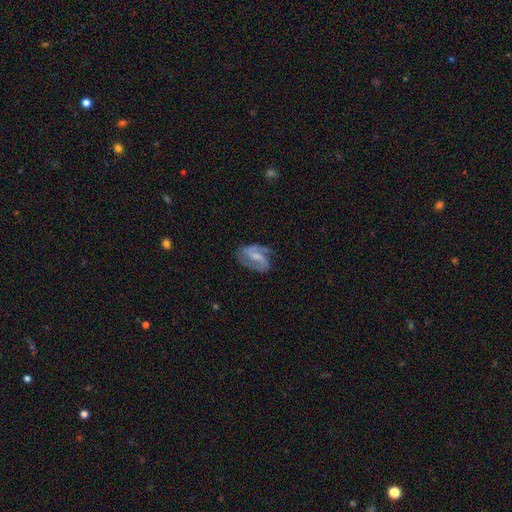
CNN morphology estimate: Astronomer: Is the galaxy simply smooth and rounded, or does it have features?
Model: featured or disk — 85%.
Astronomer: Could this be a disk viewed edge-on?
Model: no — 98%.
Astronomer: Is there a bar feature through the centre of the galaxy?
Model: weak — 48% (runner-up: no, 27%).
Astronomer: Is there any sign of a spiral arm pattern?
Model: yes — 96%.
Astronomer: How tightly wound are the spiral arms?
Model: medium — 54%.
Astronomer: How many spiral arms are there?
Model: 2 — 89%.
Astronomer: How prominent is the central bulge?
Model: small — 40% (runner-up: moderate, 33%).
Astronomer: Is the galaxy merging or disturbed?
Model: none — 71%.